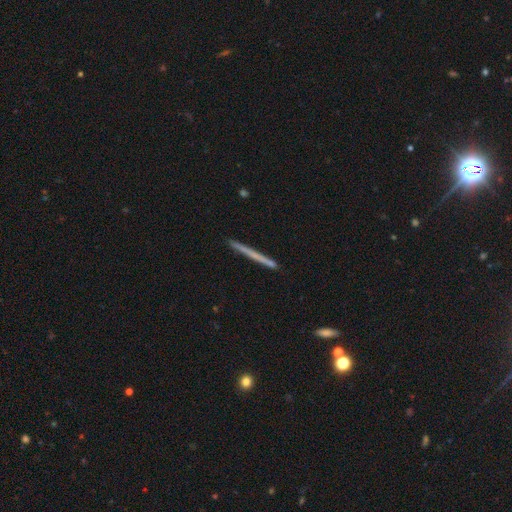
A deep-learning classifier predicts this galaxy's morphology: smooth-or-featured: smooth: 48% | featured or disk: 46% | star or artifact: 6%
  merging: none: 91% | minor disturbance: 6% | merger: 2% | major disturbance: 1%